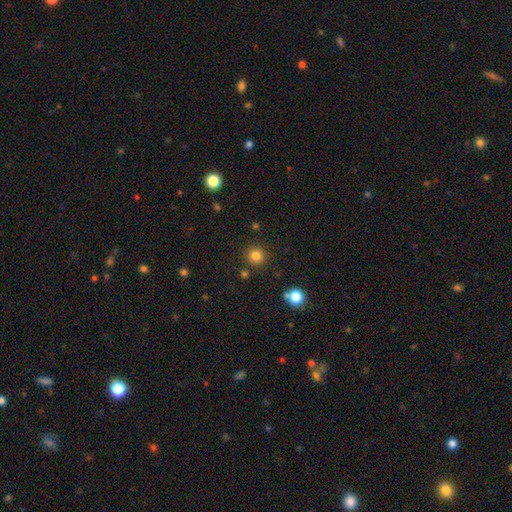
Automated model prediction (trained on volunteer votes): smooth_or_featured: smooth (p=0.82) [alt: star or artifact p=0.13]
how_rounded: round (p=0.94) [alt: in between p=0.05]
merging: none (p=0.87) [alt: minor disturbance p=0.07]